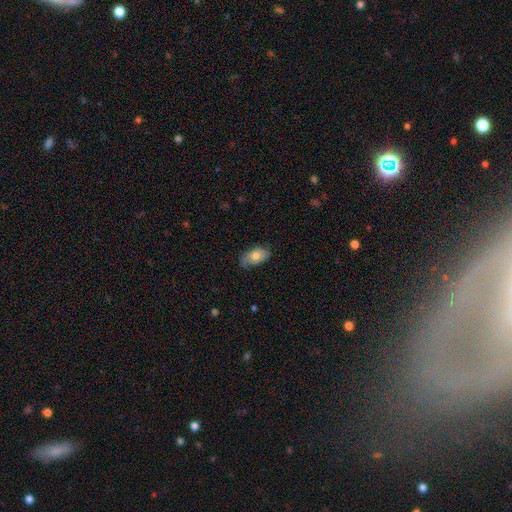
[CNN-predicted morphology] A smooth galaxy with no disk features (67%) that is in between round and cigar-shaped (92%).

Vote fractions:
- Smooth or featured? smooth: 67% / featured or disk: 26% / star or artifact: 7%
- How rounded? in between: 92% / round: 6% / cigar-shaped: 2%
- Merging? none: 69% / minor disturbance: 25% / major disturbance: 5% / merger: 1%